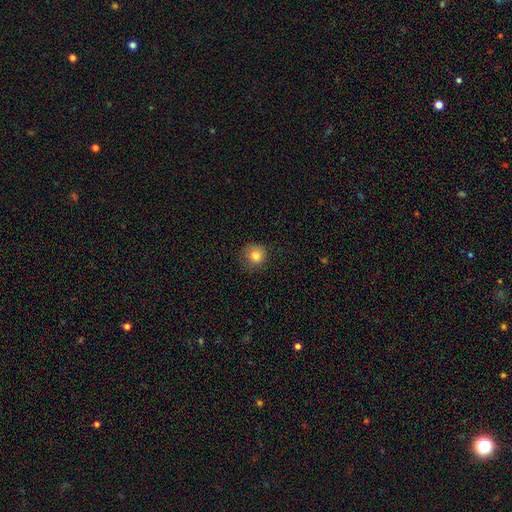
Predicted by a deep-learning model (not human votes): This appears to be a smooth galaxy with no disk features (83%) that is round (90%). Merging: none (76%).